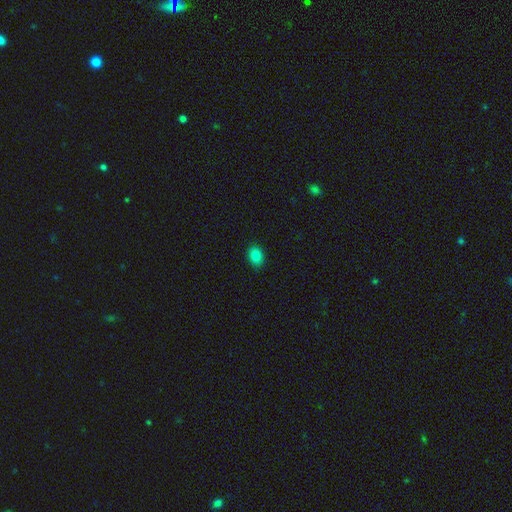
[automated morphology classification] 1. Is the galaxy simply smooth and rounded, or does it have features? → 83% smooth, 11% star or artifact, 6% featured or disk.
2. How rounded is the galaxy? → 67% in between, 32% round, 1% cigar-shaped.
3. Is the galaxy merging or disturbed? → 88% none, 9% minor disturbance, 2% major disturbance, 1% merger.